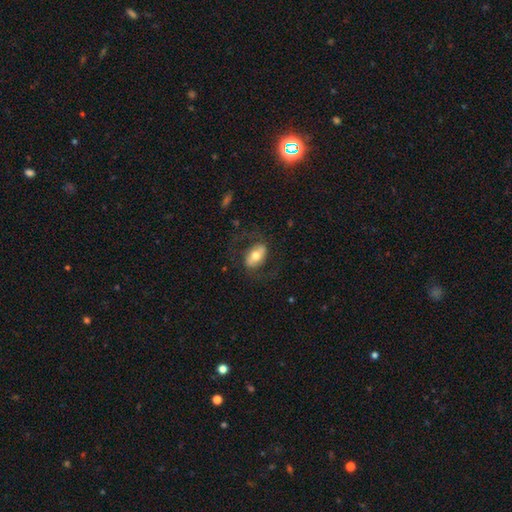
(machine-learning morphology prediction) smooth_or_featured: featured or disk (p=0.48) [alt: smooth p=0.46]
merging: none (p=0.68) [alt: major disturbance p=0.16]